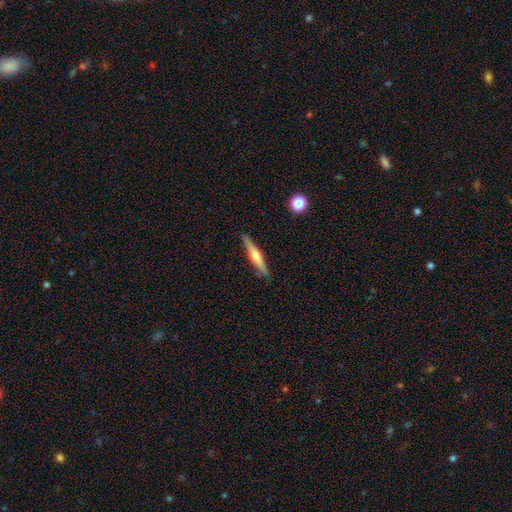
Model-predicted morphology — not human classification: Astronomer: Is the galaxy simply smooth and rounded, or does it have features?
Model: featured or disk — 58% (runner-up: smooth, 36%).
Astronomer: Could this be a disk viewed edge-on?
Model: yes — 97%.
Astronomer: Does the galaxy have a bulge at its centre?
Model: rounded — 78%.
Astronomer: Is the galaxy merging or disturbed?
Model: none — 89%.